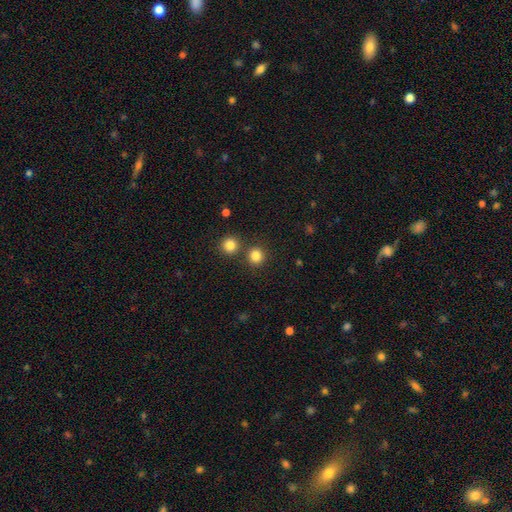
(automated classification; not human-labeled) This appears to be a smooth galaxy with no disk features (83%) that is round (89%). Merging: none (79%).